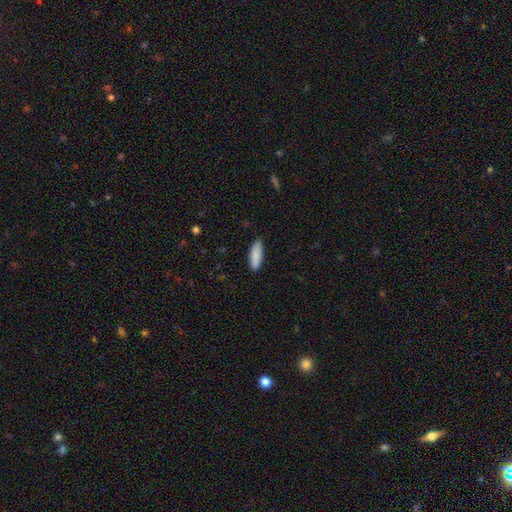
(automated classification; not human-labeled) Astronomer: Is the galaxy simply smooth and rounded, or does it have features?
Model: smooth — 87%.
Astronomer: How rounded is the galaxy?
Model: in between — 54% (runner-up: cigar-shaped, 44%).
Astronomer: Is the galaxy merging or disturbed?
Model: none — 86%.